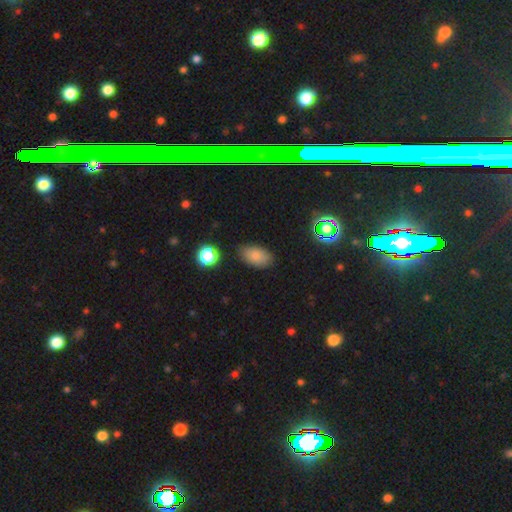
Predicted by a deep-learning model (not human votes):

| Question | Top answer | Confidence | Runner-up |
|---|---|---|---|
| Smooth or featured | smooth | 82% | star or artifact (11%) |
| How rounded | in between | 91% | round (7%) |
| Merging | none | 80% | minor disturbance (14%) |